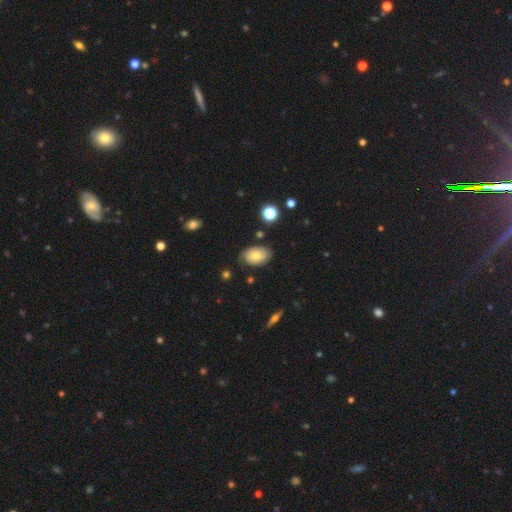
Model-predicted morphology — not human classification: smooth 63%, featured or disk 28%, star or artifact 9%. Down the decision tree: how rounded — in between (88%); merging — none (70%).